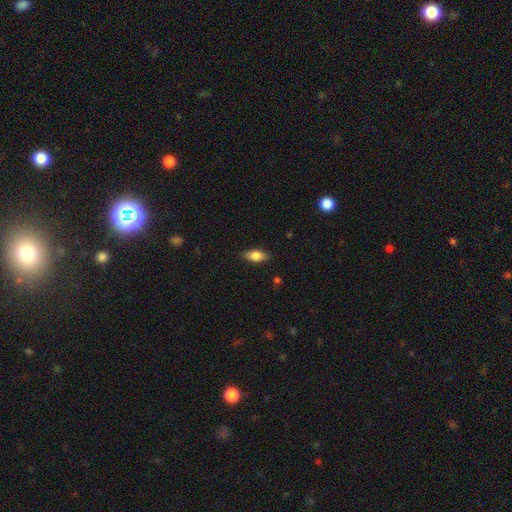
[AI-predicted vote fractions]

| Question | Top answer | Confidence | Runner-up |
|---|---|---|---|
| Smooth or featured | smooth | 78% | featured or disk (15%) |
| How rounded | in between | 85% | cigar-shaped (12%) |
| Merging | none | 87% | minor disturbance (10%) |